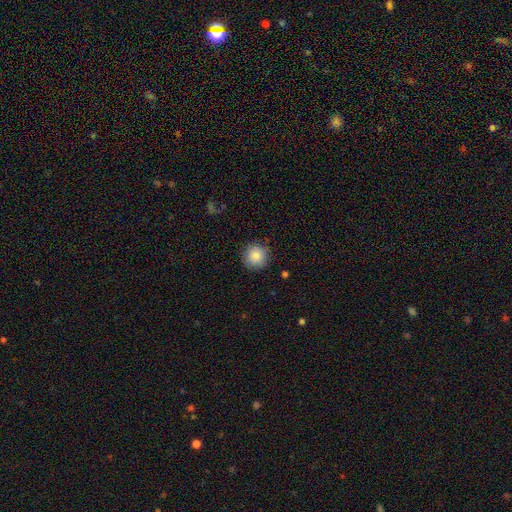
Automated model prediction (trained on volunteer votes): A smooth galaxy with no disk features (85%) that is round (94%). Merging: none (89%).